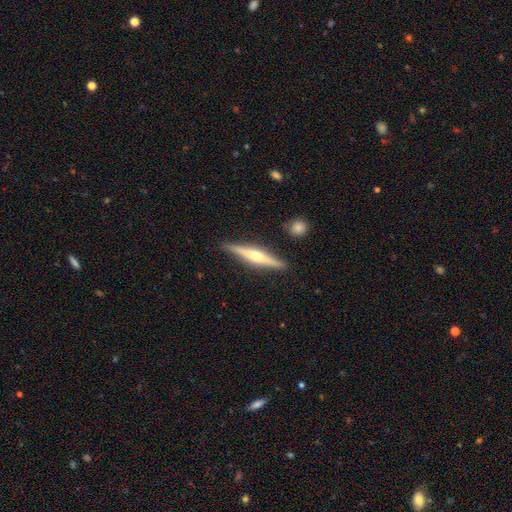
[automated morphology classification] Smooth or featured? featured or disk (74%)
Edge-on disk? yes (97%)
Edge-on bulge? rounded (91%)
Merging? none (90%)